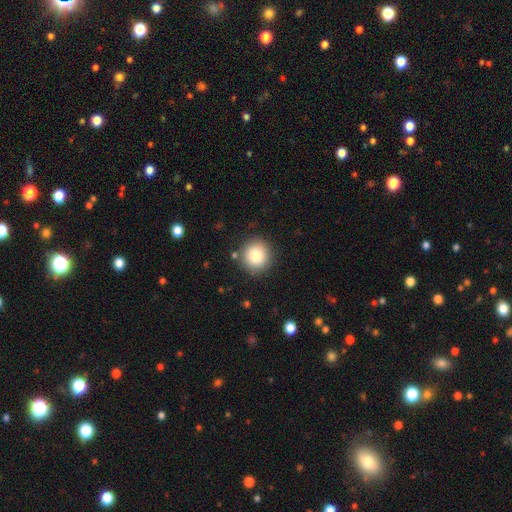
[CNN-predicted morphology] Overall: smooth (83%). How rounded: round (92%). Merging: none (87%).